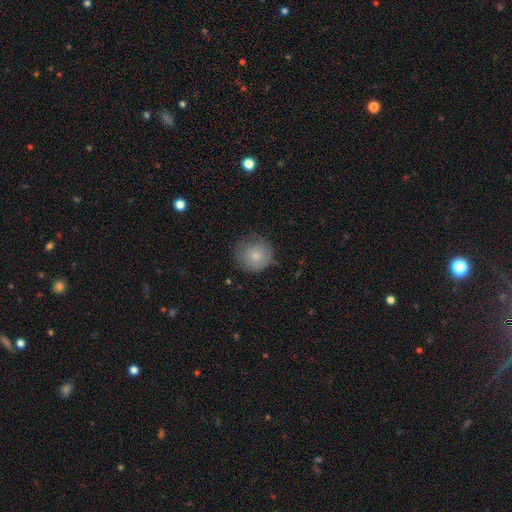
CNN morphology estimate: The model was most divided on "merging": none: 67%, minor disturbance: 24%, major disturbance: 8%, merger: 1%. More confident: how rounded — round (91%); smooth or featured — smooth (82%).